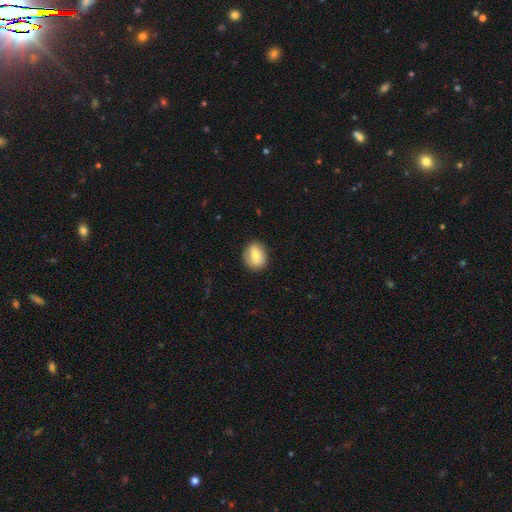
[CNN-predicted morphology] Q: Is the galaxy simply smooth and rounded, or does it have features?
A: smooth — 70%.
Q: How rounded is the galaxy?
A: round — 52%.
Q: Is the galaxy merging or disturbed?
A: none — 84%.